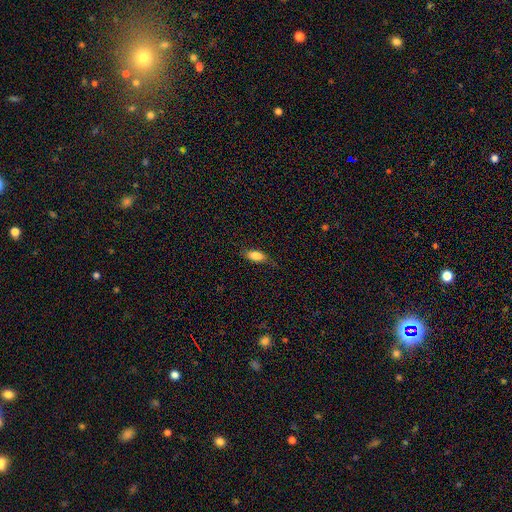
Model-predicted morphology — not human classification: Overall: smooth (82%). How rounded: in between (84%). Merging: none (77%).